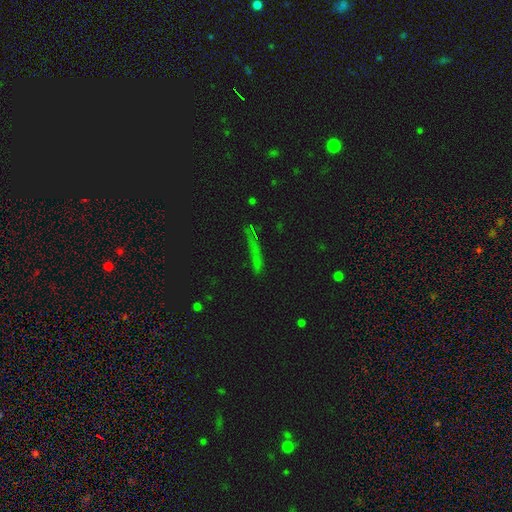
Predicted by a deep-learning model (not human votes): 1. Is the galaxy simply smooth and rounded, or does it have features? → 41% smooth, 40% star or artifact, 19% featured or disk.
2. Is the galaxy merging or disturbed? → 73% none, 15% minor disturbance, 8% major disturbance, 5% merger.